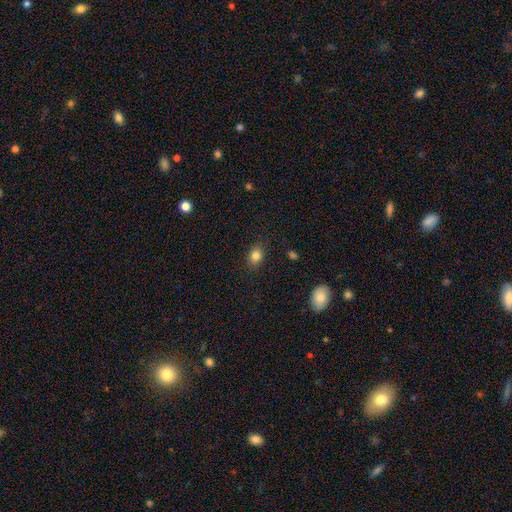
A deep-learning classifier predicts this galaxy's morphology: Smooth or featured: smooth — 82% (star or artifact — 11%)
How rounded: in between — 64% (round — 35%)
Merging: none — 85% (minor disturbance — 11%)